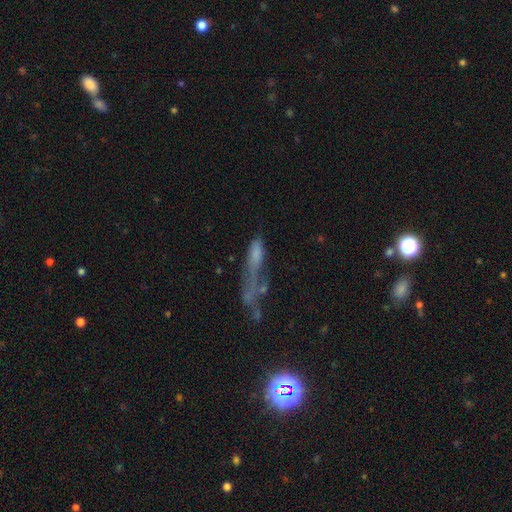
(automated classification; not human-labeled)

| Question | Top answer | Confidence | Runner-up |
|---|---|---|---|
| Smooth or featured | smooth | 52% | featured or disk (32%) |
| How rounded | cigar-shaped | 61% | in between (34%) |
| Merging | major disturbance | 36% | merger (27%) |